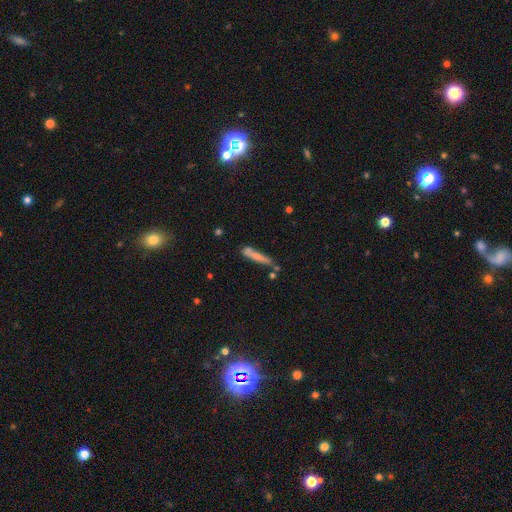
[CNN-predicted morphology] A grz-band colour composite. It shows a smooth galaxy with no disk features (67%) that is cigar-shaped (90%). Merging: none (60%).